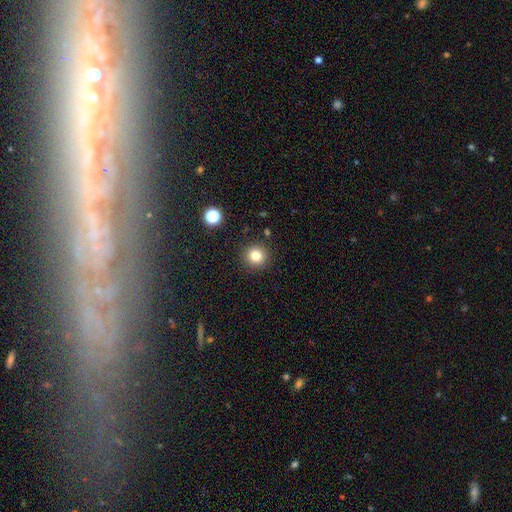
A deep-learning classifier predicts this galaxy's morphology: smooth-or-featured: smooth: 81% | star or artifact: 13% | featured or disk: 6%
  how-rounded: round: 93% | in between: 6% | cigar-shaped: 1%
  merging: none: 90% | minor disturbance: 6% | major disturbance: 2% | merger: 2%